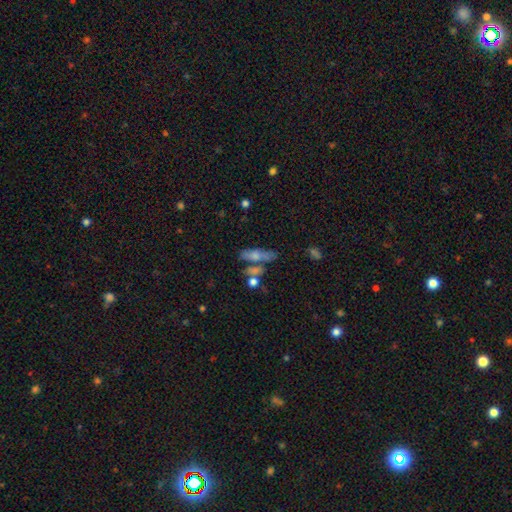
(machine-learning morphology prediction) Smooth or featured?
  - smooth: 64% *
  - featured or disk: 26%
  - star or artifact: 10%
How rounded?
  - cigar-shaped: 52% *
  - in between: 43%
  - round: 6%
Merging?
  - none: 50% *
  - merger: 22%
  - minor disturbance: 18%
  - major disturbance: 9%